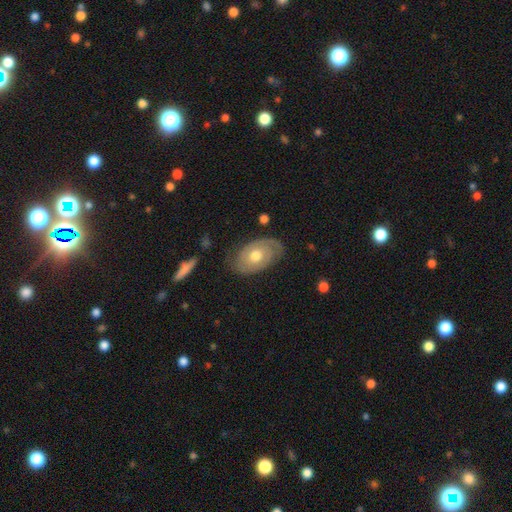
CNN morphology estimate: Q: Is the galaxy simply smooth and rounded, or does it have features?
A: featured or disk — 70%.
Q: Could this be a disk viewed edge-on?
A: no — 94%.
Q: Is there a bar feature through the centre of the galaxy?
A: no — 81%.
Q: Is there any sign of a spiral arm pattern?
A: yes — 80%.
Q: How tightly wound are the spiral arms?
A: tight — 66%.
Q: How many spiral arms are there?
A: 2 — 65%.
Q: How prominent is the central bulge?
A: moderate — 77%.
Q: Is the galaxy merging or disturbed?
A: none — 78%.